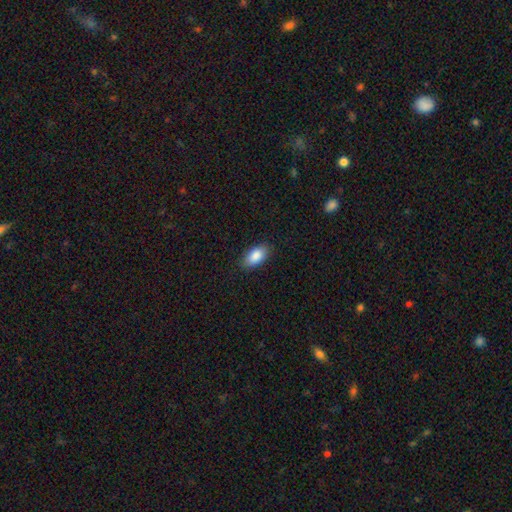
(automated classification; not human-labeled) smooth-or-featured: smooth: 88% | star or artifact: 6% | featured or disk: 6%
  how-rounded: in between: 92% | cigar-shaped: 4% | round: 4%
  merging: none: 86% | minor disturbance: 10% | major disturbance: 2% | merger: 1%